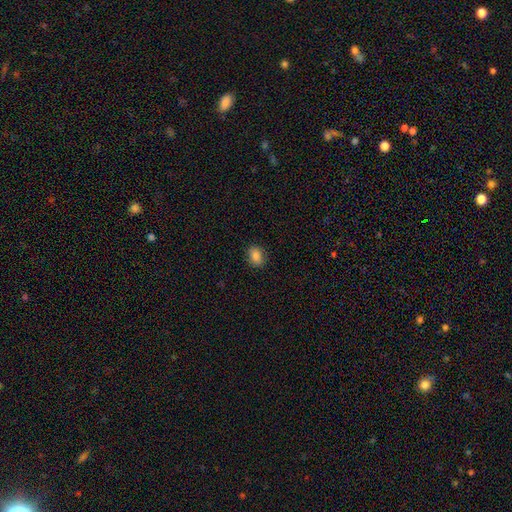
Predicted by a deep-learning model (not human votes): Q: Smooth or featured?
A: smooth (84%); runner-up: star or artifact (10%)
Q: How rounded?
A: in between (61%); runner-up: round (38%)
Q: Merging?
A: none (87%); runner-up: minor disturbance (10%)